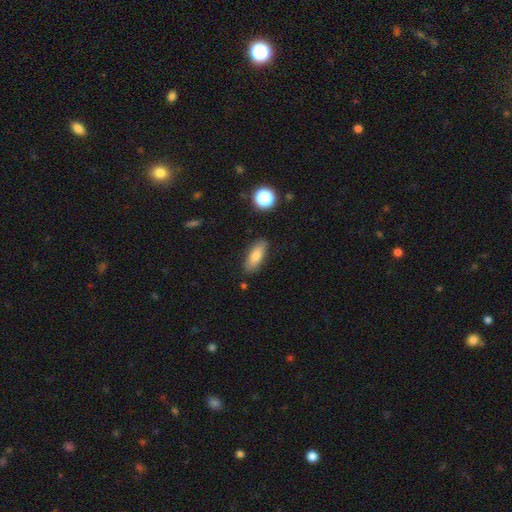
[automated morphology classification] smooth 78%, featured or disk 14%, star or artifact 8%. Down the decision tree: how rounded — in between (70%); merging — none (86%).